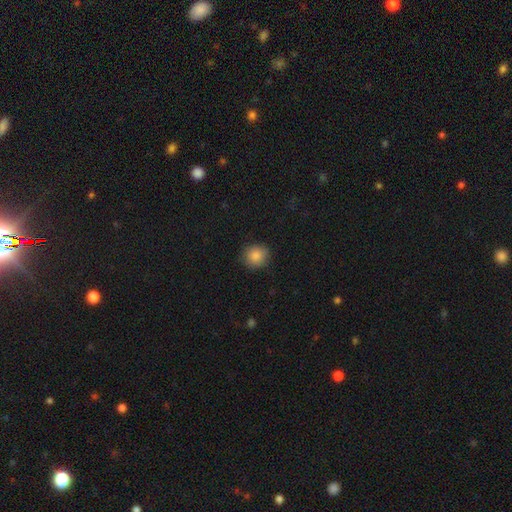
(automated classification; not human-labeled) Smooth or featured: smooth — 87% (star or artifact — 9%)
How rounded: round — 85% (in between — 14%)
Merging: none — 87% (minor disturbance — 9%)